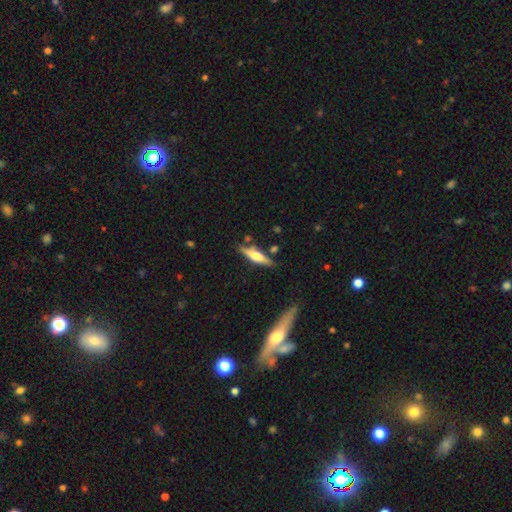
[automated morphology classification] A featured or disk galaxy (53%) viewed edge-on (93%). Merging: none (77%).